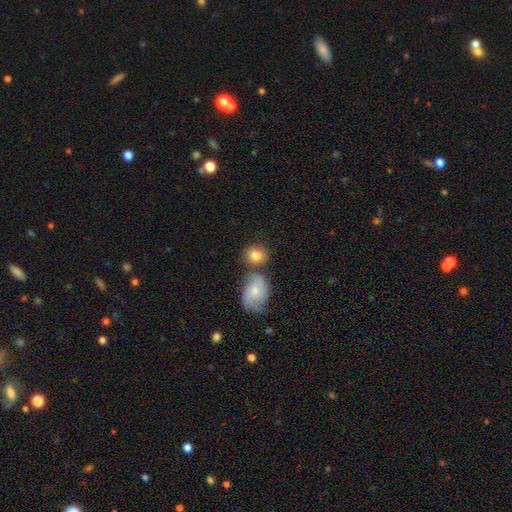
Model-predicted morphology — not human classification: Smooth or featured? Predicted: smooth (p=0.81). How rounded? Predicted: round (p=0.69). Merging? Predicted: none (p=0.58).